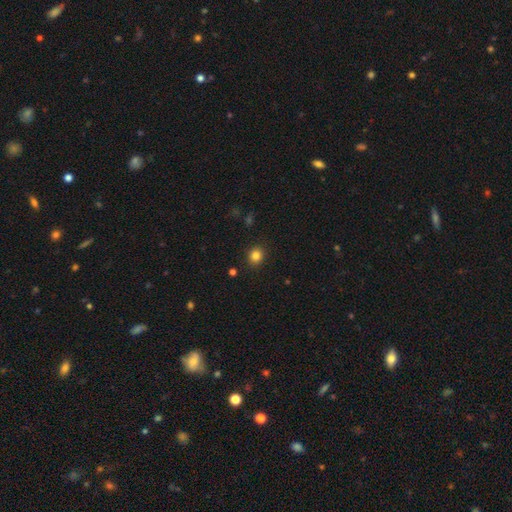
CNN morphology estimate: smooth 83%, star or artifact 12%, featured or disk 5%. Down the decision tree: how rounded — round (82%); merging — none (90%).